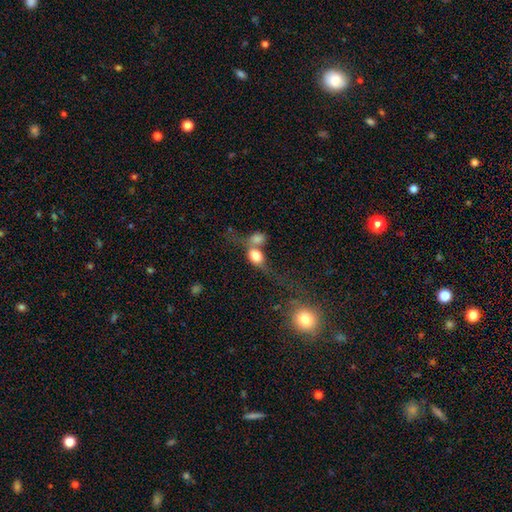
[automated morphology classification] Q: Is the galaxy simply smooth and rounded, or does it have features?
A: smooth — 71%.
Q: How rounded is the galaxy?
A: in between — 62%.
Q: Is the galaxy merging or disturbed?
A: merger — 63%.